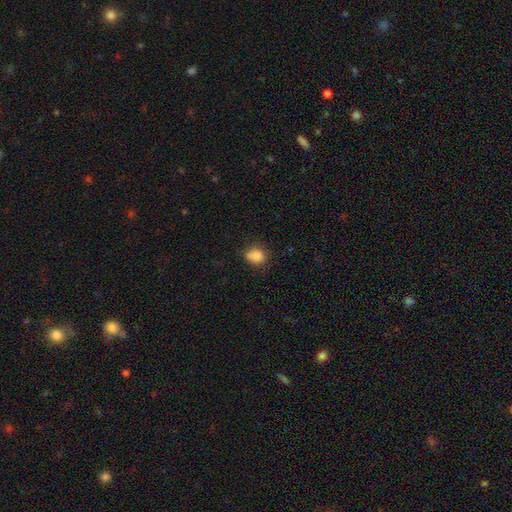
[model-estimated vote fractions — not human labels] Smooth or featured?
  - smooth: 85% *
  - star or artifact: 10%
  - featured or disk: 5%
How rounded?
  - round: 58% *
  - in between: 41%
  - cigar-shaped: 1%
Merging?
  - none: 70% *
  - minor disturbance: 23%
  - major disturbance: 5%
  - merger: 2%